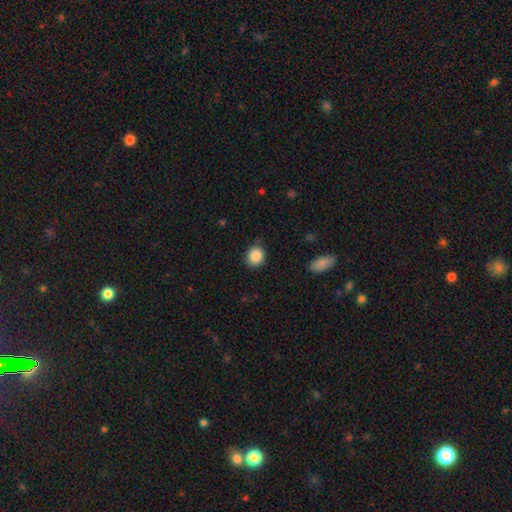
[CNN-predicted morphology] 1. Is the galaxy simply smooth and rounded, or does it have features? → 88% smooth, 8% star or artifact, 4% featured or disk.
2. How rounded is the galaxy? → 70% round, 29% in between, 1% cigar-shaped.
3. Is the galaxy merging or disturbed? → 85% none, 11% minor disturbance, 3% major disturbance, 1% merger.